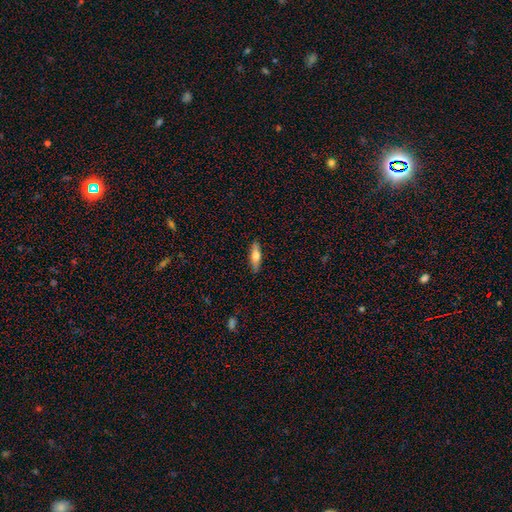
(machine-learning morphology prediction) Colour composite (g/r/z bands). It shows a smooth galaxy with no disk features (66%) that is cigar-shaped (56%). Merging: none (88%).